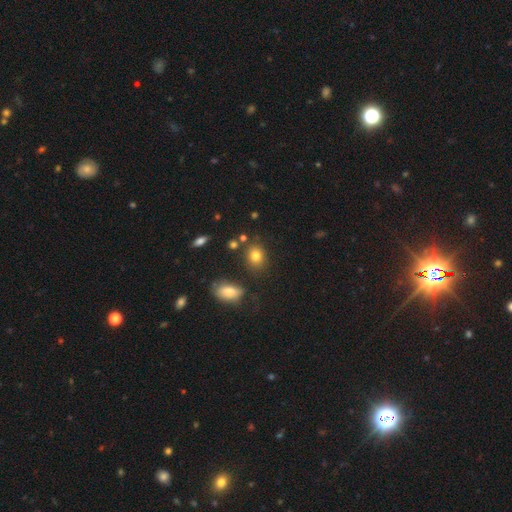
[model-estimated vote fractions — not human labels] Morphology: type=smooth (81%); roundness=round (49%, tied with in between); merging=none (78%).